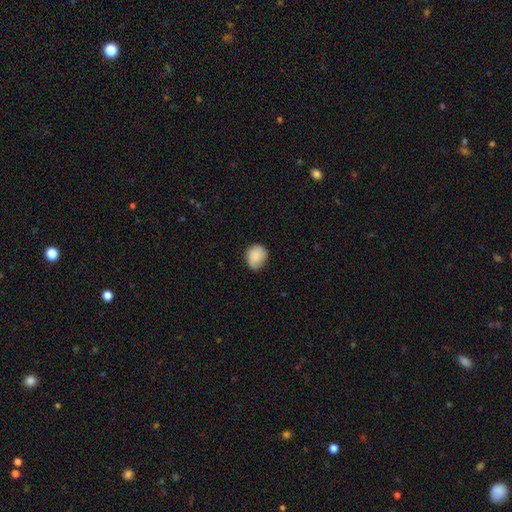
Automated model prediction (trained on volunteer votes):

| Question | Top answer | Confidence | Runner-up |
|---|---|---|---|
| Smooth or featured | smooth | 84% | featured or disk (8%) |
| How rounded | round | 65% | in between (34%) |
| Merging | none | 69% | minor disturbance (26%) |